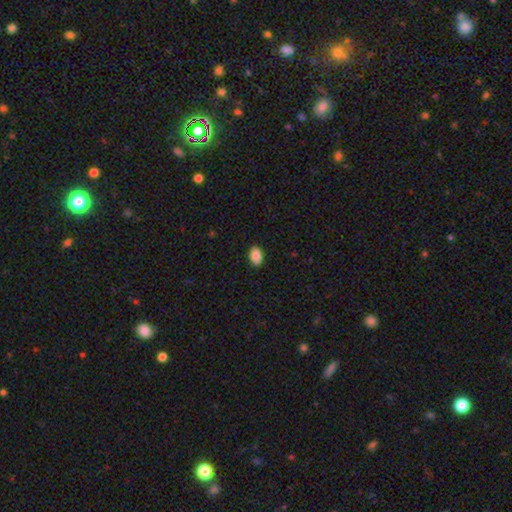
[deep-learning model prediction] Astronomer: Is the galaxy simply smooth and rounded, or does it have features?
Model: smooth — 87%.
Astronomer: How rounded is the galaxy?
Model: in between — 86%.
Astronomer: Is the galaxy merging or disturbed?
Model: none — 89%.